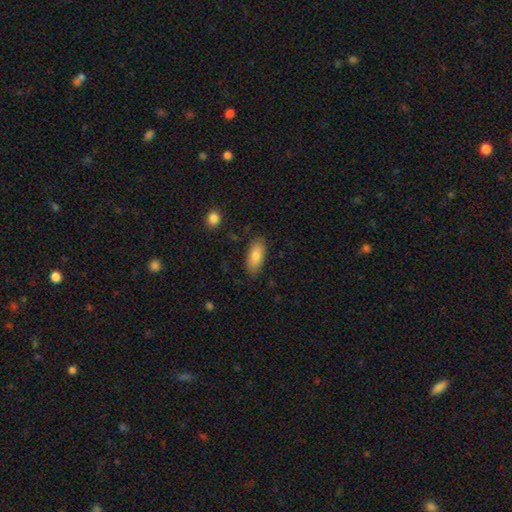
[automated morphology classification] smooth_or_featured: smooth (p=0.81) [alt: featured or disk p=0.13]
how_rounded: in between (p=0.86) [alt: cigar-shaped p=0.12]
merging: none (p=0.83) [alt: minor disturbance p=0.13]